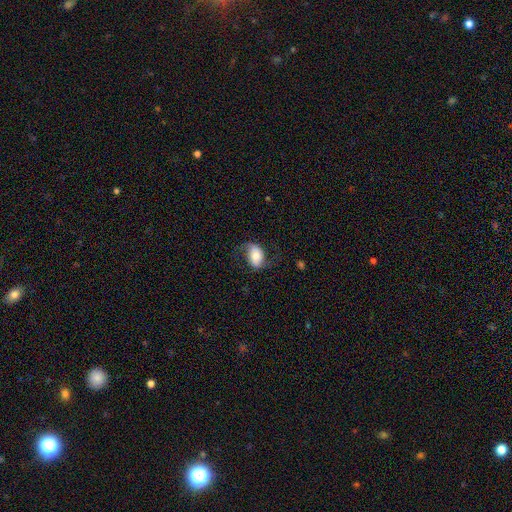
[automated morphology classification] Smooth or featured? Predicted: featured or disk (p=0.46, tied with smooth). Merging? Predicted: none (p=0.60).